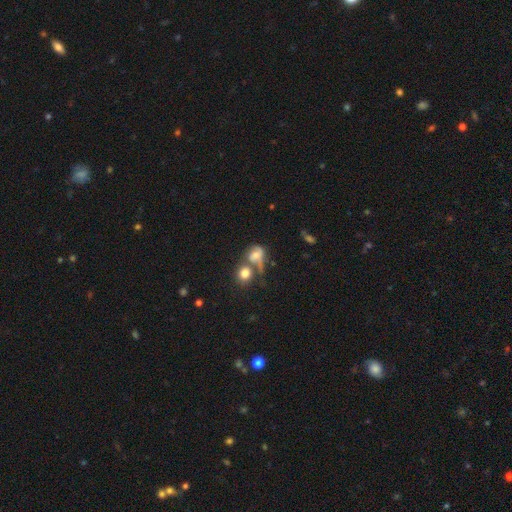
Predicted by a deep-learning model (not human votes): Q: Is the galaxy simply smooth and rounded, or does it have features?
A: smooth — 62%.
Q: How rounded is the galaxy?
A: in between — 50%.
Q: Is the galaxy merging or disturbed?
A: merger — 47%.